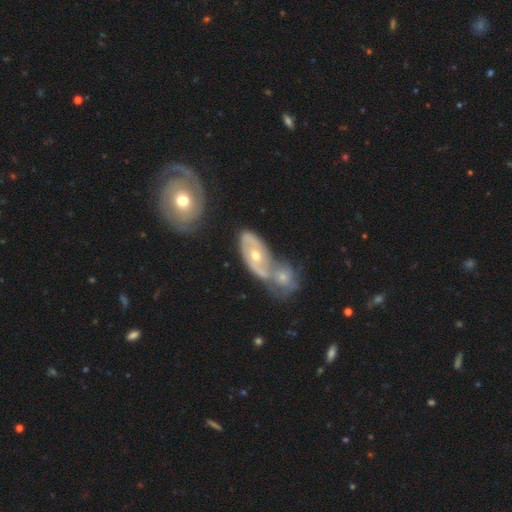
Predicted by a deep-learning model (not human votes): Morphology: type=featured or disk (70%); edge-on=no (92%); bar=no (77%); spiral arms=yes (66%); bulge=moderate (61%); merging=merger (60%).